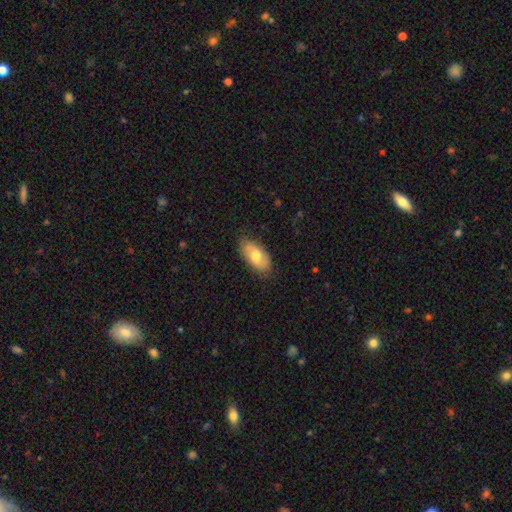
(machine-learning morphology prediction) A smooth galaxy with no disk features (60%) that is in between round and cigar-shaped (92%). Merging: none (80%).